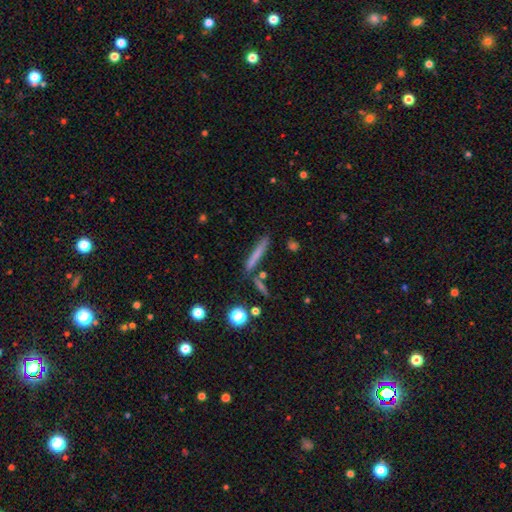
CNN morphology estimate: Overall: smooth (67%). How rounded: cigar-shaped (93%). Merging: none (80%).